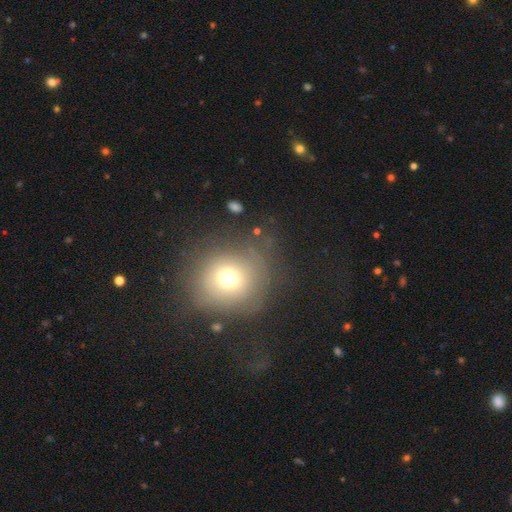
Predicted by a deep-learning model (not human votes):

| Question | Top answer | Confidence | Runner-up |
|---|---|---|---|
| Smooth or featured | smooth | 64% | star or artifact (20%) |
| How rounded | round | 86% | in between (13%) |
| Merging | none | 62% | minor disturbance (18%) |